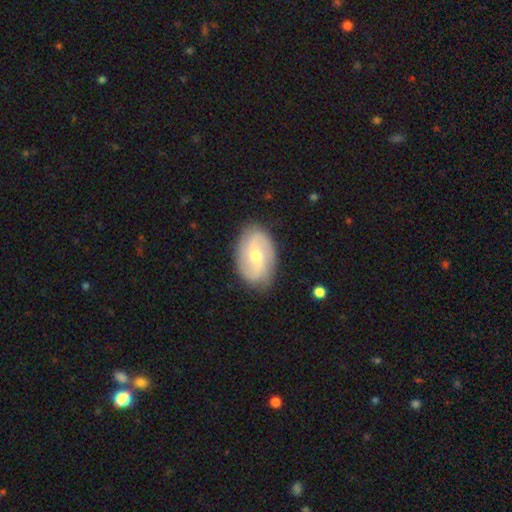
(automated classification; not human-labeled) Smooth or featured? featured or disk (73%)
Edge-on disk? no (95%)
Bar? weak (47%)
Spiral arms? yes (90%)
Spiral winding? loose (41%)
Spiral arm count? 2 (83%)
Bulge size? small (48%, tied with moderate)
Merging? none (83%)